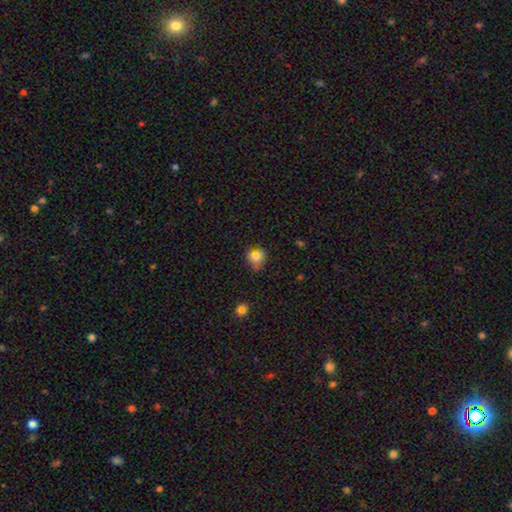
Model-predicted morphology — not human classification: type=smooth (76%); roundness=round (64%); merging=none (57%).